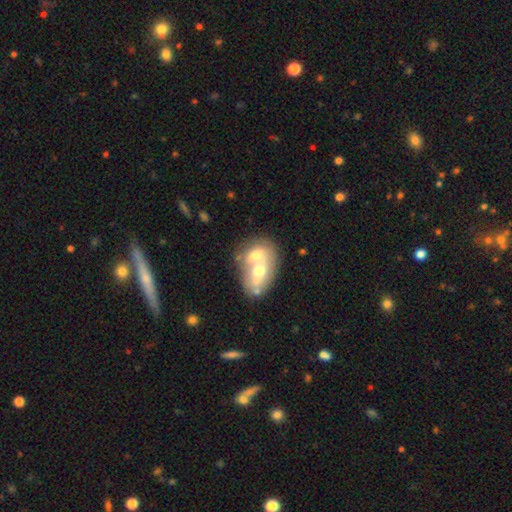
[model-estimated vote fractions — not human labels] A smooth galaxy with no disk features (49%).

Vote fractions:
- Smooth or featured? smooth: 49% / featured or disk: 44% / star or artifact: 7%
- Merging? merger: 56% / none: 29% / minor disturbance: 10% / major disturbance: 5%